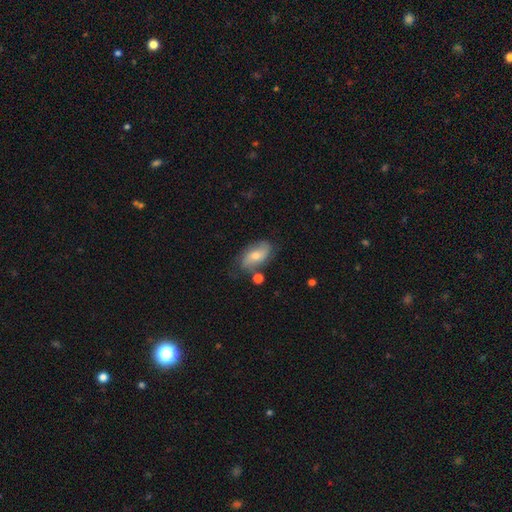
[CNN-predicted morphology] Q: Smooth or featured?
A: smooth (47%); runner-up: featured or disk (45%)
Q: Merging?
A: none (69%); runner-up: minor disturbance (20%)